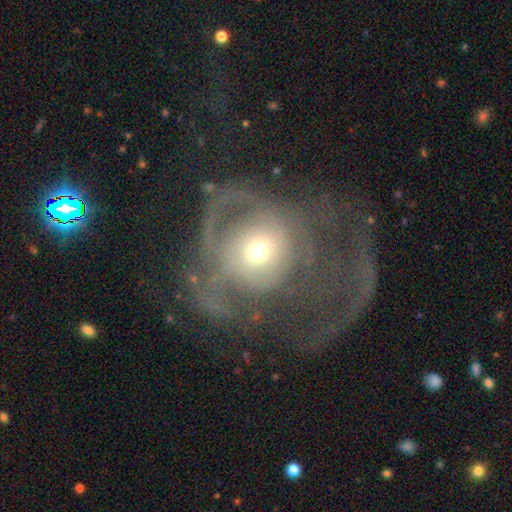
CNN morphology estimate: Smooth or featured? Predicted: featured or disk (p=0.67). Edge-on disk? Predicted: no (p=0.96). Bar? Predicted: no (p=0.80). Spiral arms? Predicted: yes (p=0.51). Bulge size? Predicted: moderate (p=0.49). Merging? Predicted: major disturbance (p=0.61).